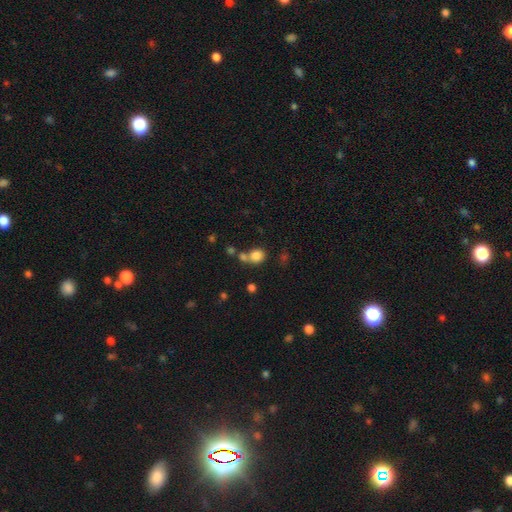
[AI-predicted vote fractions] Smooth or featured? smooth (81%)
How rounded? round (72%)
Merging? none (46%)